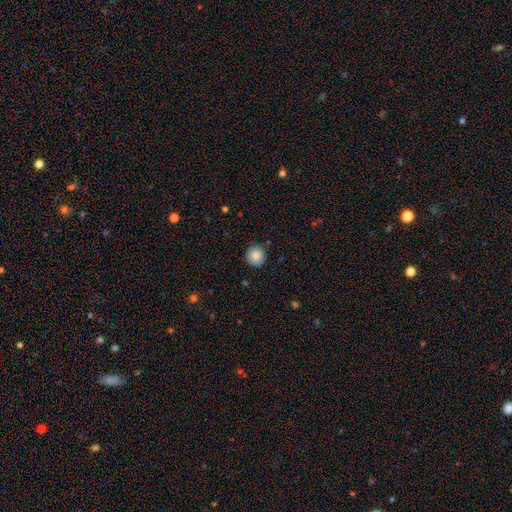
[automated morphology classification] Smooth or featured?
  - smooth: 84% *
  - star or artifact: 9%
  - featured or disk: 7%
How rounded?
  - round: 94% *
  - in between: 5%
  - cigar-shaped: 1%
Merging?
  - none: 89% *
  - minor disturbance: 8%
  - major disturbance: 2%
  - merger: 1%